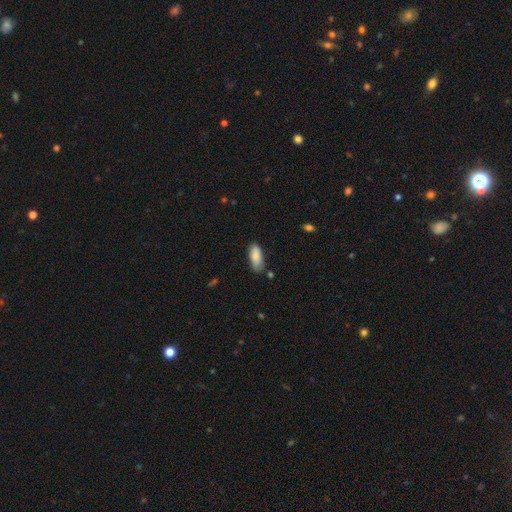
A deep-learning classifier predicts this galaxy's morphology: smooth-or-featured: smooth: 86% | featured or disk: 7% | star or artifact: 6%
  how-rounded: in between: 79% | cigar-shaped: 20% | round: 2%
  merging: none: 71% | minor disturbance: 23% | major disturbance: 4% | merger: 3%